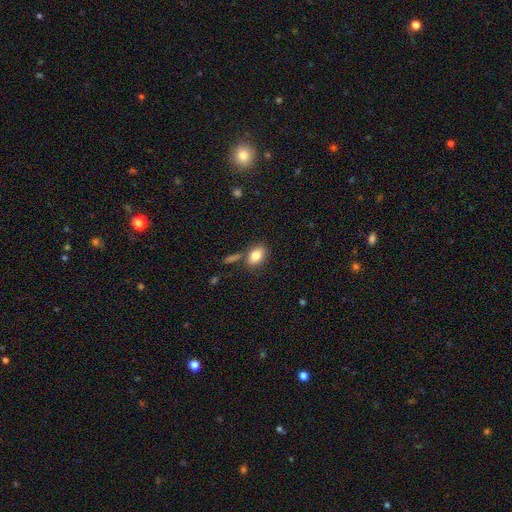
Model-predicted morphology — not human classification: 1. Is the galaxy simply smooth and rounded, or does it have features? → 82% smooth, 9% featured or disk, 8% star or artifact.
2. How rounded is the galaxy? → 82% in between, 16% round, 2% cigar-shaped.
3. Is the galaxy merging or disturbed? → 70% none, 14% minor disturbance, 11% merger, 4% major disturbance.